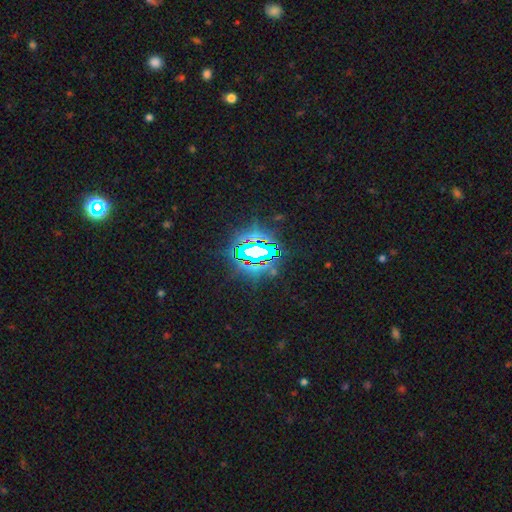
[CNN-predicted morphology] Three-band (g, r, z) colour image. It shows a star or artifact, not a galaxy (77%).